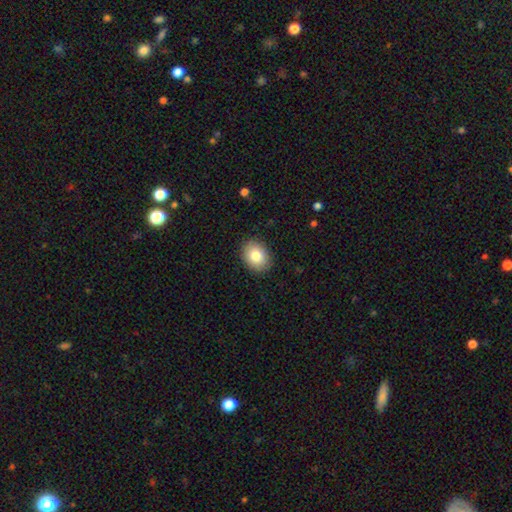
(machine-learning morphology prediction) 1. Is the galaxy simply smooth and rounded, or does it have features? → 83% smooth, 9% featured or disk, 8% star or artifact.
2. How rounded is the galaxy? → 63% in between, 36% round, 1% cigar-shaped.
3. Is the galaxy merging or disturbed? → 89% none, 8% minor disturbance, 2% major disturbance, 1% merger.